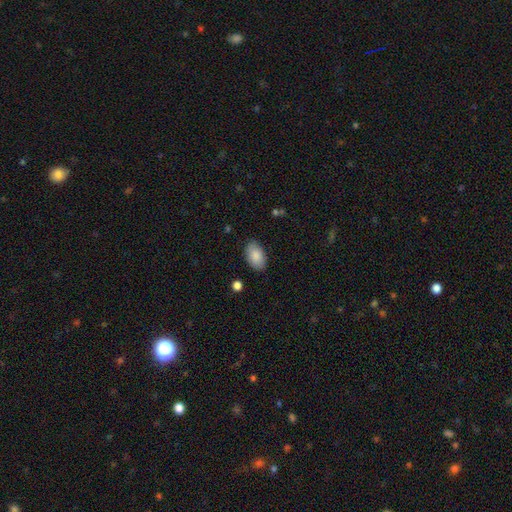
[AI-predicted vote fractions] Smooth or featured?
  - smooth: 87% *
  - featured or disk: 7%
  - star or artifact: 6%
How rounded?
  - in between: 93% *
  - round: 6%
  - cigar-shaped: 1%
Merging?
  - none: 85% *
  - minor disturbance: 11%
  - major disturbance: 2%
  - merger: 1%